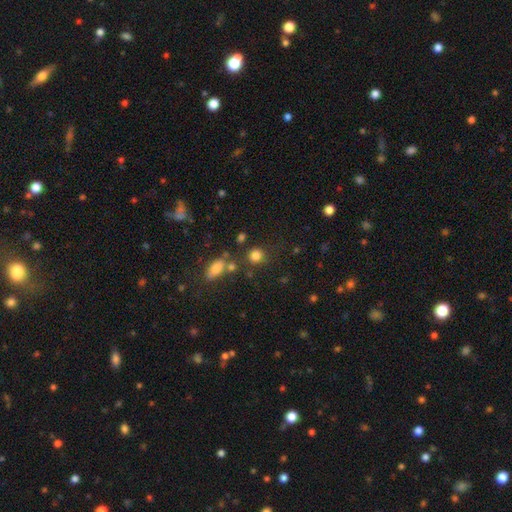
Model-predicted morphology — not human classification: smooth-or-featured: smooth: 81% | star or artifact: 13% | featured or disk: 6%
  how-rounded: round: 85% | in between: 14% | cigar-shaped: 1%
  merging: none: 73% | merger: 12% | minor disturbance: 10% | major disturbance: 5%